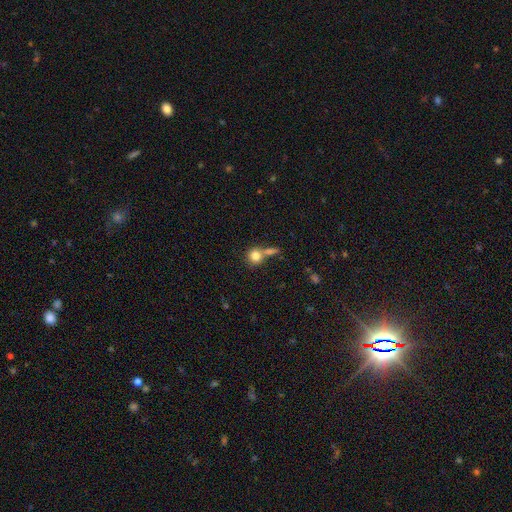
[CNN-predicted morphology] This is clearly a smooth galaxy (81%). How rounded: clearly round (87%). Merging: possibly none (49%).